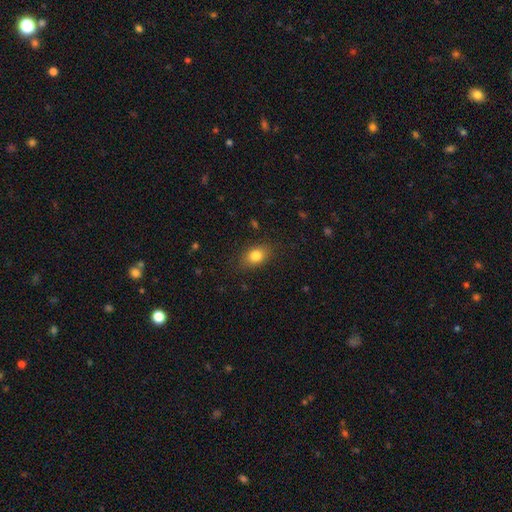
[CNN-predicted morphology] Smooth or featured? Predicted: smooth (p=0.82). How rounded? Predicted: in between (p=0.74). Merging? Predicted: none (p=0.84).